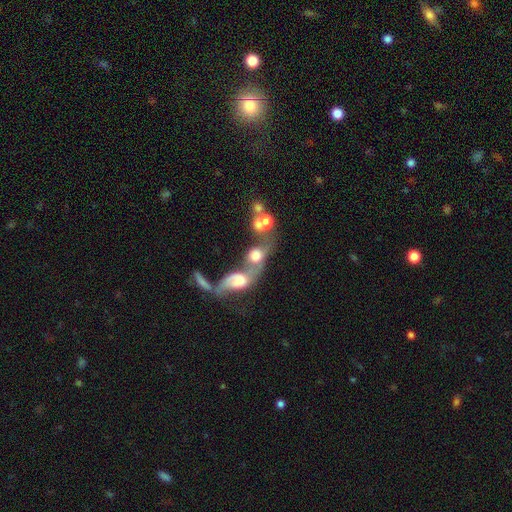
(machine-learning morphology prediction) smooth-or-featured: smooth: 55% | featured or disk: 32% | star or artifact: 13%
  how-rounded: in between: 53% | round: 42% | cigar-shaped: 5%
  merging: merger: 71% | none: 12% | major disturbance: 11% | minor disturbance: 6%